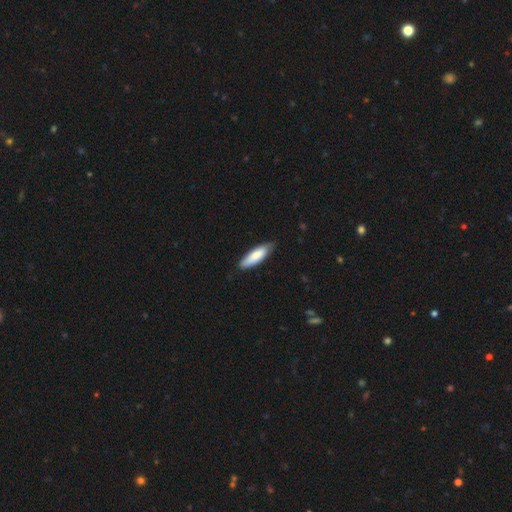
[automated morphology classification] Overall: smooth (81%). How rounded: cigar-shaped (51%; in between 47%). Merging: none (79%).